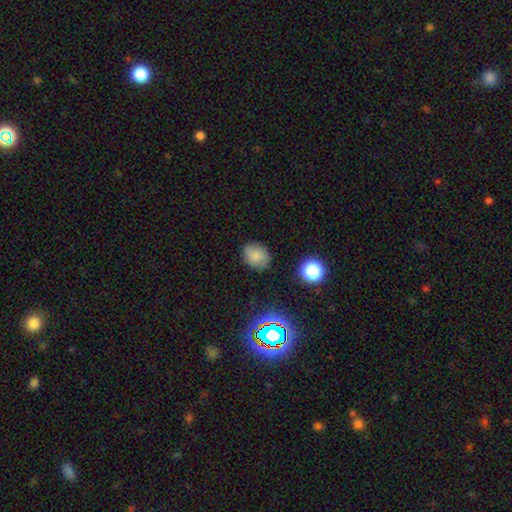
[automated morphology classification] A smooth galaxy with no disk features (78%) that is round (50%).

Vote fractions:
- Smooth or featured? smooth: 78% / star or artifact: 13% / featured or disk: 9%
- How rounded? round: 50% / in between: 49% / cigar-shaped: 1%
- Merging? none: 79% / minor disturbance: 15% / major disturbance: 4% / merger: 2%